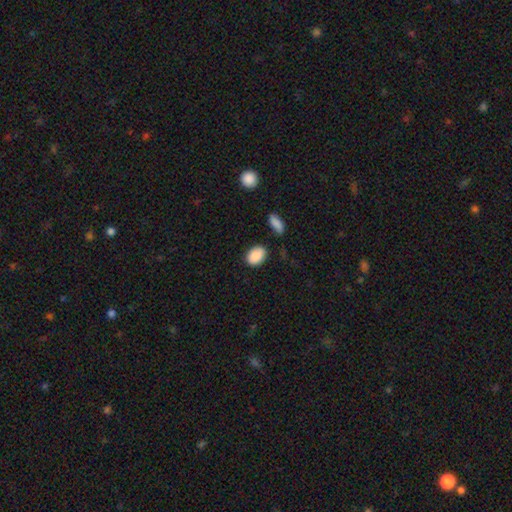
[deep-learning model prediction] smooth_or_featured: smooth (p=0.89) [alt: star or artifact p=0.07]
how_rounded: in between (p=0.75) [alt: round p=0.24]
merging: none (p=0.80) [alt: minor disturbance p=0.13]